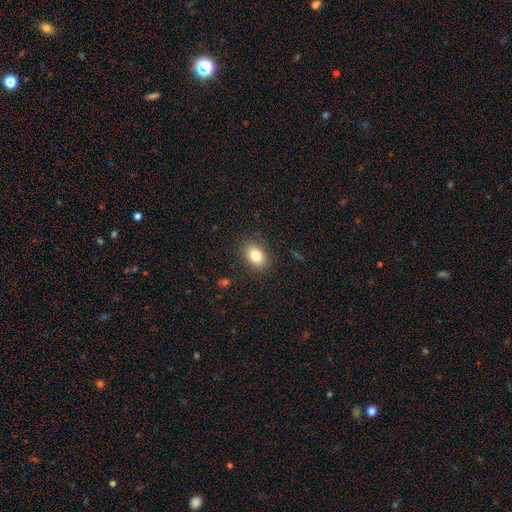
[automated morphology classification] Smooth or featured?
  - smooth: 82% *
  - star or artifact: 10%
  - featured or disk: 8%
How rounded?
  - in between: 71% *
  - round: 28%
  - cigar-shaped: 1%
Merging?
  - none: 86% *
  - minor disturbance: 10%
  - major disturbance: 3%
  - merger: 1%